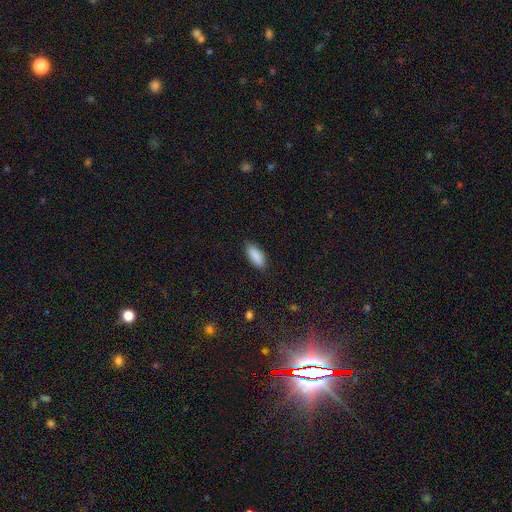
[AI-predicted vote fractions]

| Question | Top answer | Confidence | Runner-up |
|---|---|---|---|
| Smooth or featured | smooth | 90% | star or artifact (6%) |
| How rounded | in between | 81% | cigar-shaped (17%) |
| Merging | none | 85% | minor disturbance (12%) |